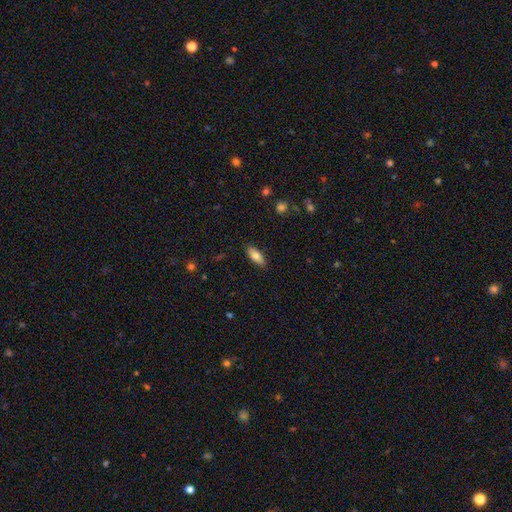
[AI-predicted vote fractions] smooth_or_featured: smooth (p=0.79) [alt: featured or disk p=0.14]
how_rounded: in between (p=0.77) [alt: cigar-shaped p=0.21]
merging: none (p=0.87) [alt: minor disturbance p=0.10]